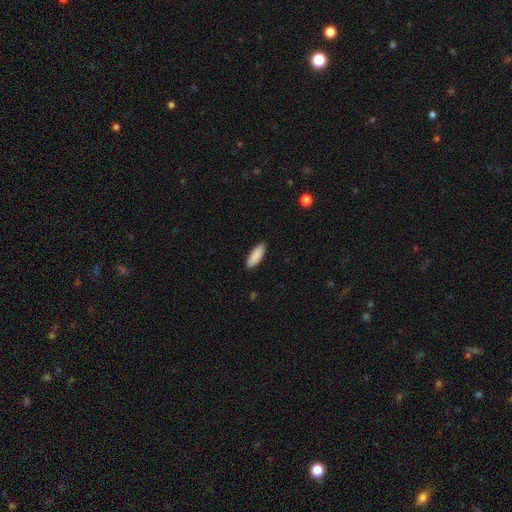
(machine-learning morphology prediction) Overall: smooth (91%). How rounded: in between (66%; cigar-shaped 32%). Merging: none (90%).